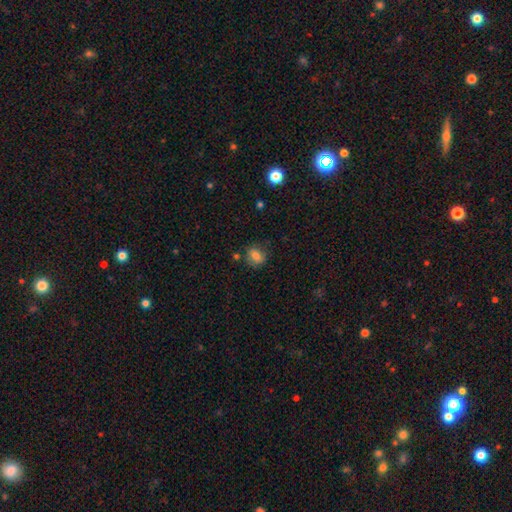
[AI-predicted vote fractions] Smooth or featured: smooth — 79% (star or artifact — 11%)
How rounded: round — 52% (in between — 47%)
Merging: none — 74% (minor disturbance — 16%)